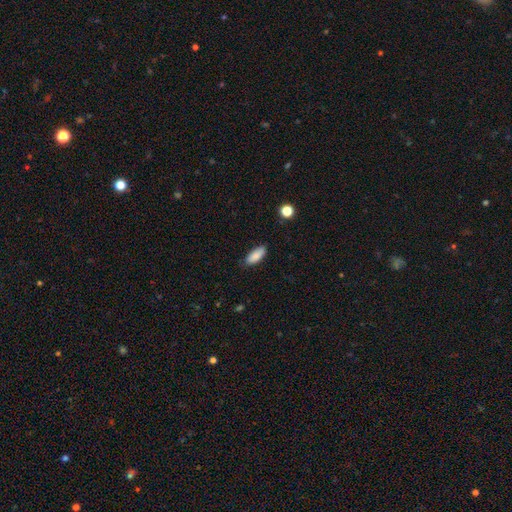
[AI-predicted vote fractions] Q: Smooth or featured?
A: smooth (87%); runner-up: star or artifact (7%)
Q: How rounded?
A: in between (80%); runner-up: cigar-shaped (19%)
Q: Merging?
A: none (81%); runner-up: minor disturbance (16%)